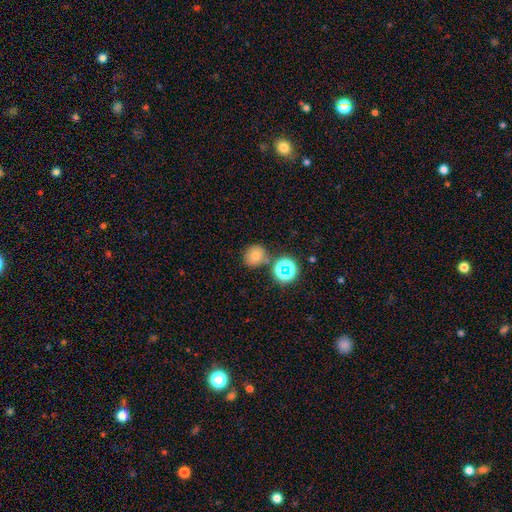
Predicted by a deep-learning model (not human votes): A smooth galaxy with no disk features (69%) that is round (79%). Merging: none (74%).